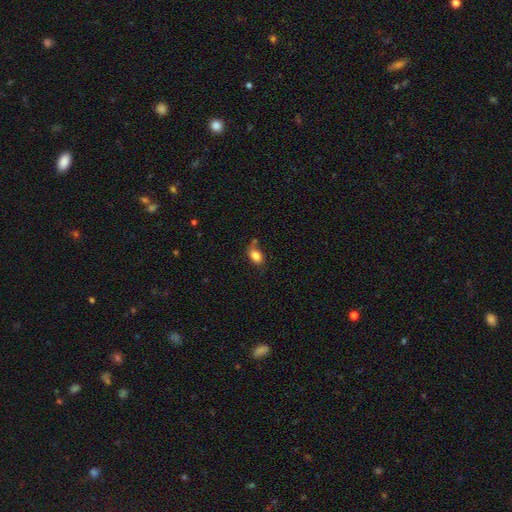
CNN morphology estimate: Smooth or featured? Predicted: smooth (p=0.82). How rounded? Predicted: in between (p=0.86). Merging? Predicted: none (p=0.58).